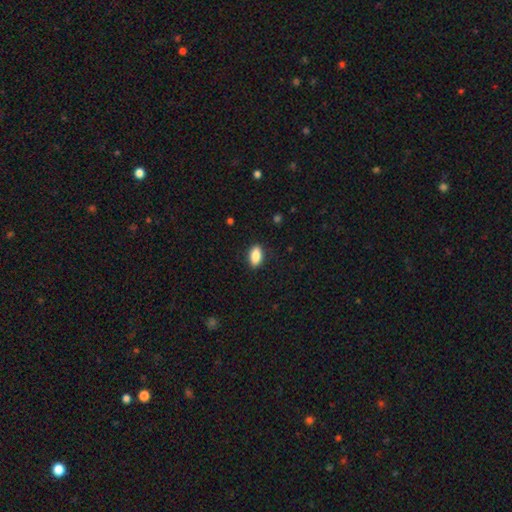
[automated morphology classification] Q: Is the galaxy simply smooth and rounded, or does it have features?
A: smooth — 87%.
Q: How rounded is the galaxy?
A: in between — 90%.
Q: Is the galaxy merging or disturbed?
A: none — 88%.